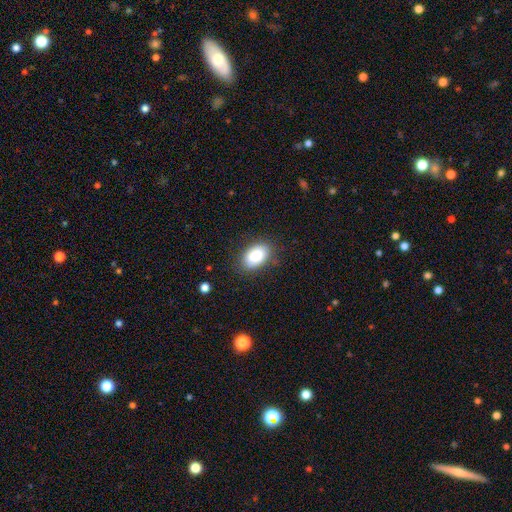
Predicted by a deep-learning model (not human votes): Smooth or featured?
  - smooth: 83% *
  - featured or disk: 9%
  - star or artifact: 7%
How rounded?
  - in between: 89% *
  - round: 10%
  - cigar-shaped: 1%
Merging?
  - none: 83% *
  - minor disturbance: 13%
  - major disturbance: 4%
  - merger: 1%